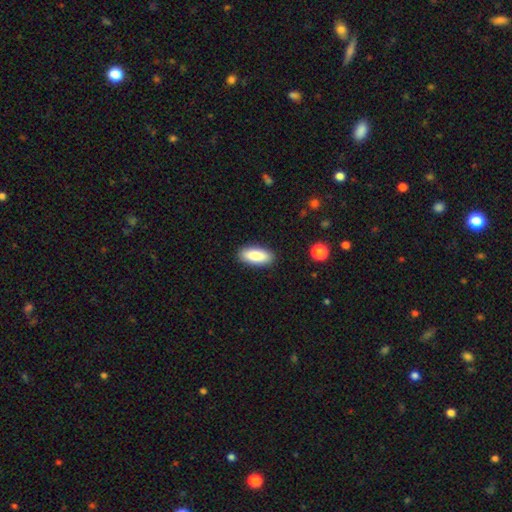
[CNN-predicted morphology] smooth 87%, featured or disk 7%, star or artifact 6%. Down the decision tree: how rounded — in between (83%); merging — none (90%).